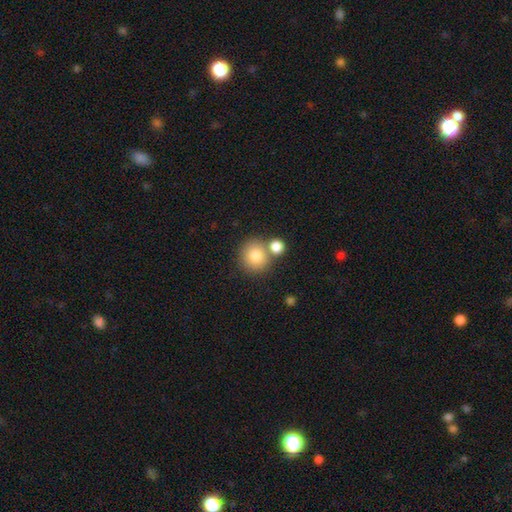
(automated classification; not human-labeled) This is clearly a smooth galaxy (82%). How rounded: clearly round (89%). Merging: likely none (63%).